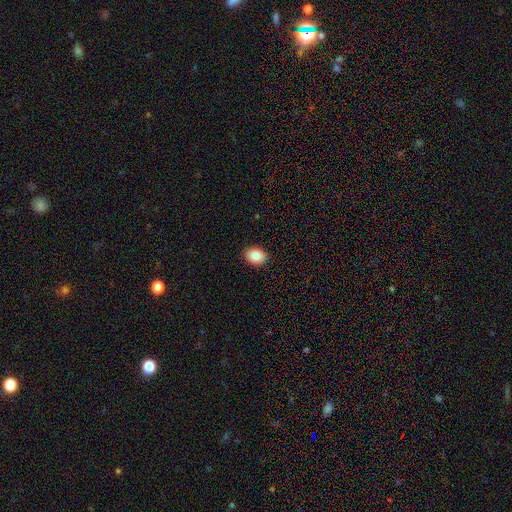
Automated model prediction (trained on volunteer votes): smooth-or-featured: smooth: 87% | star or artifact: 8% | featured or disk: 5%
  how-rounded: in between: 61% | round: 38% | cigar-shaped: 1%
  merging: none: 91% | minor disturbance: 7% | major disturbance: 2% | merger: 1%